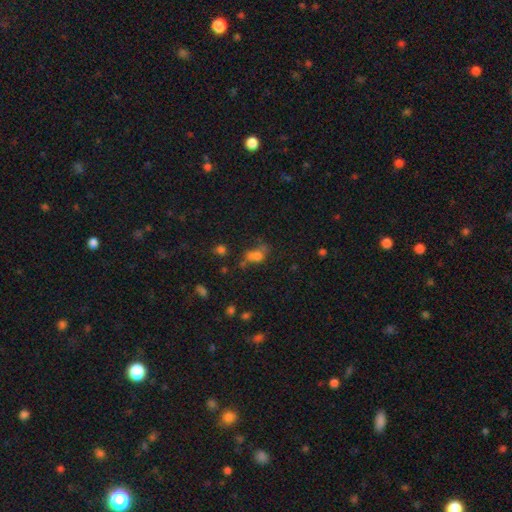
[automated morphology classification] Smooth or featured: smooth — 61% (star or artifact — 20%)
How rounded: in between — 67% (round — 29%)
Merging: none — 32% (merger — 31%)